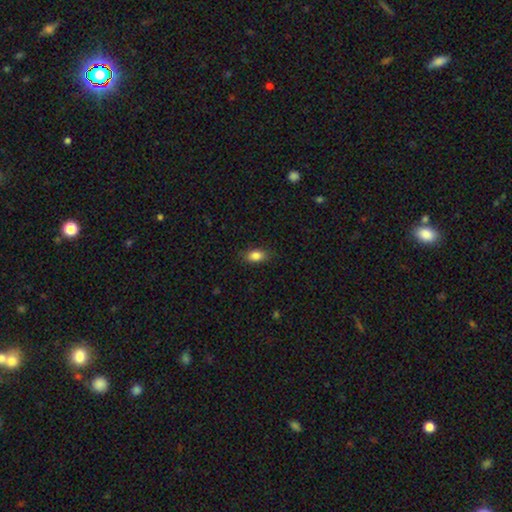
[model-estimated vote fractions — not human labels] smooth 85%, star or artifact 8%, featured or disk 6%. Down the decision tree: how rounded — in between (87%); merging — none (85%).